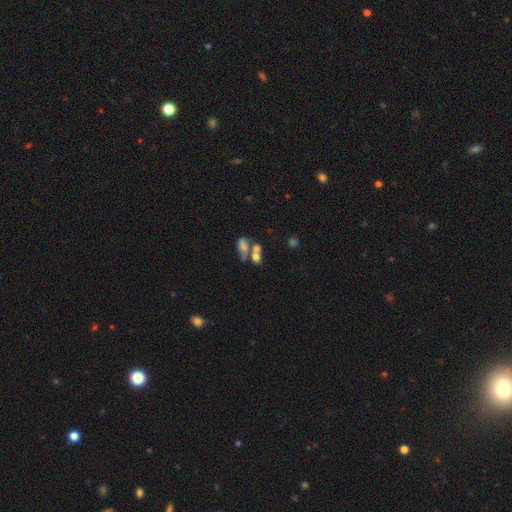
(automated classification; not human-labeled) This appears to be a smooth galaxy with no disk features (63%) that is in between round and cigar-shaped (71%). Merging: merger (56%).